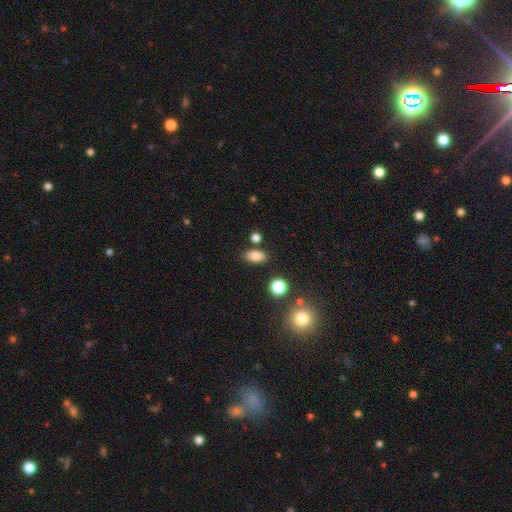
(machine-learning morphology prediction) The model was most divided on "merging": none: 80%, minor disturbance: 11%, merger: 6%, major disturbance: 3%. More confident: how rounded — in between (86%); smooth or featured — smooth (82%).